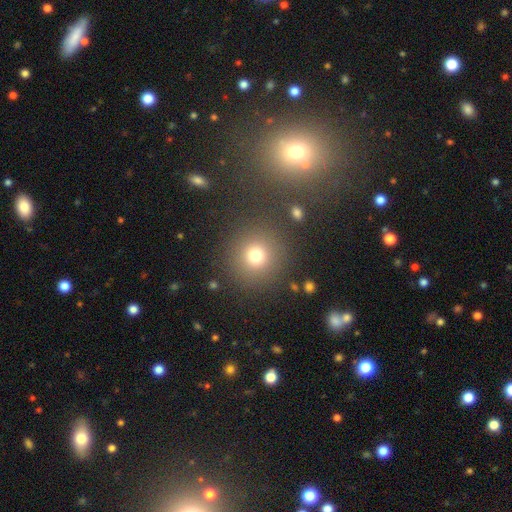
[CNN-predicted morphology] Smooth or featured?
  - smooth: 74% *
  - star or artifact: 17%
  - featured or disk: 9%
How rounded?
  - round: 94% *
  - in between: 6%
  - cigar-shaped: 1%
Merging?
  - none: 84% *
  - minor disturbance: 7%
  - merger: 5%
  - major disturbance: 4%